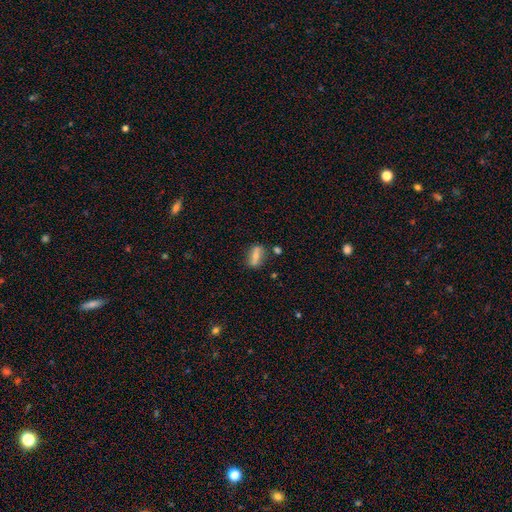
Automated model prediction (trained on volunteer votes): Q: Smooth or featured?
A: smooth (61%); runner-up: featured or disk (29%)
Q: How rounded?
A: in between (56%); runner-up: cigar-shaped (34%)
Q: Merging?
A: none (73%); runner-up: minor disturbance (15%)